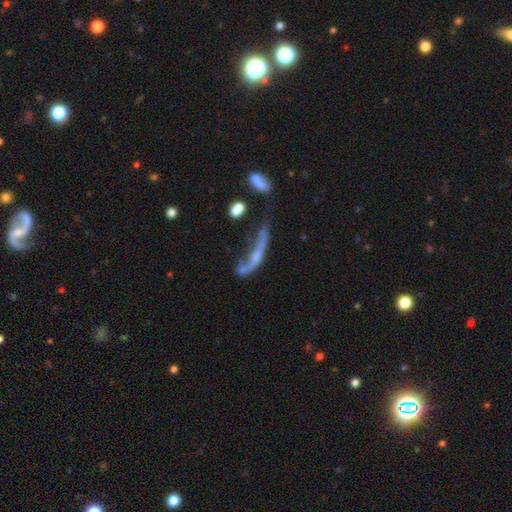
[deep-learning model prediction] This is possibly a featured or disk galaxy (56%). It is possibly not viewed edge-on (53%). Merging: marginally major disturbance (35%).